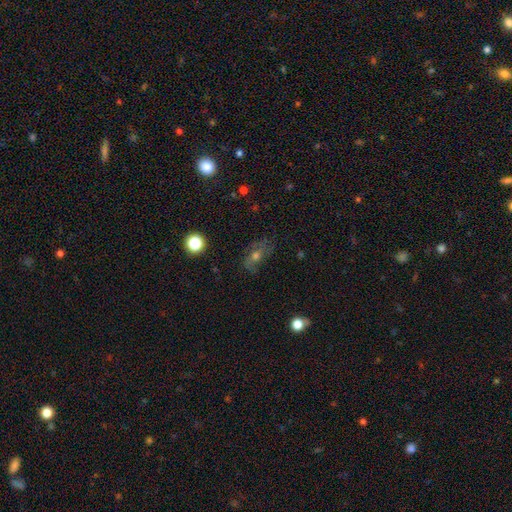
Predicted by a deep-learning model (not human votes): Smooth or featured? featured or disk (40%)
Merging? none (65%)